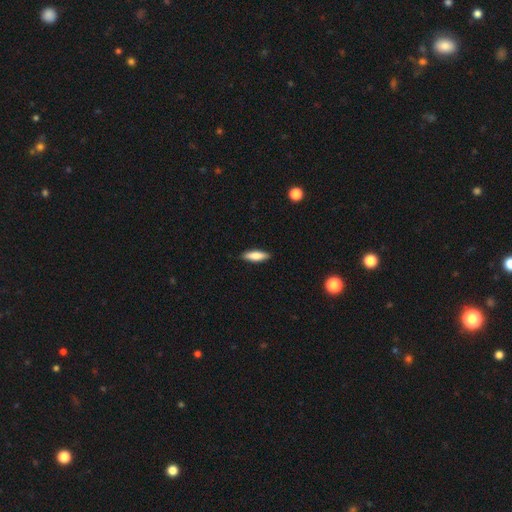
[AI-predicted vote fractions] smooth 80%, featured or disk 15%, star or artifact 6%. Down the decision tree: how rounded — cigar-shaped (53%); merging — none (89%).